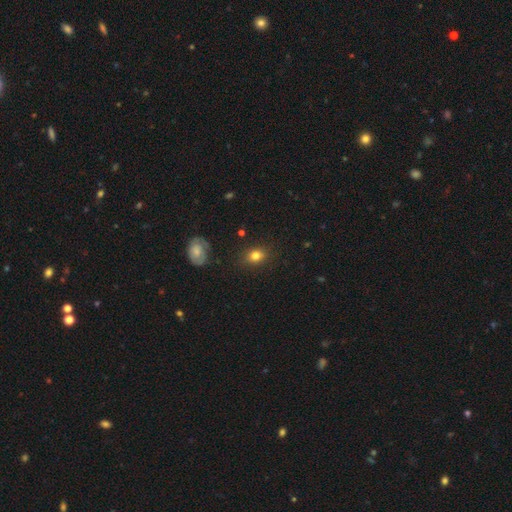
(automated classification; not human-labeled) Smooth or featured? Predicted: smooth (p=0.79). How rounded? Predicted: in between (p=0.57). Merging? Predicted: none (p=0.82).